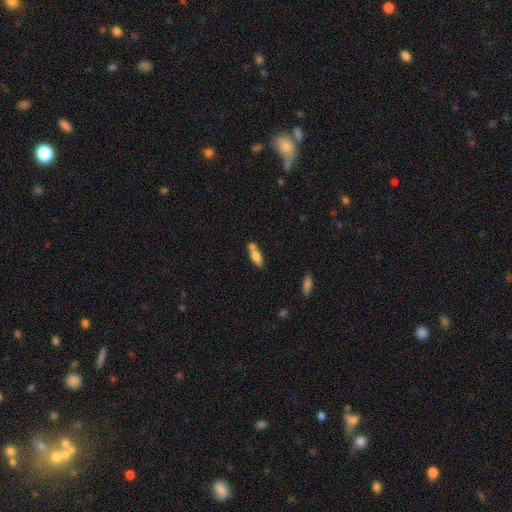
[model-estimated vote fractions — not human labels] smooth 74%, featured or disk 19%, star or artifact 7%. Down the decision tree: how rounded — in between (51%); merging — none (51%).